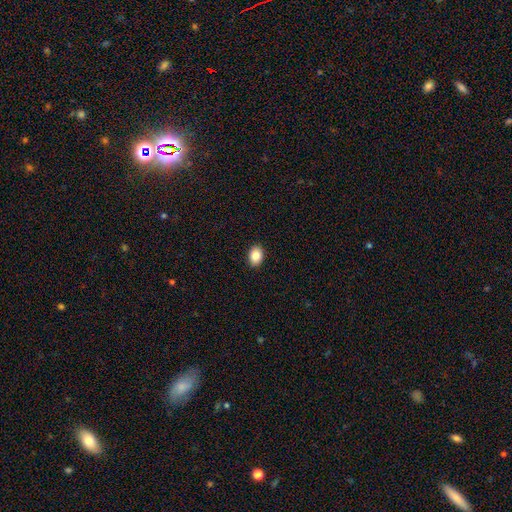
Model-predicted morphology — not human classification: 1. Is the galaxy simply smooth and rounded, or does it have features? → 86% smooth, 8% star or artifact, 6% featured or disk.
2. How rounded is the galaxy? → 73% in between, 26% round, 1% cigar-shaped.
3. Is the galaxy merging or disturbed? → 91% none, 6% minor disturbance, 2% major disturbance, 1% merger.